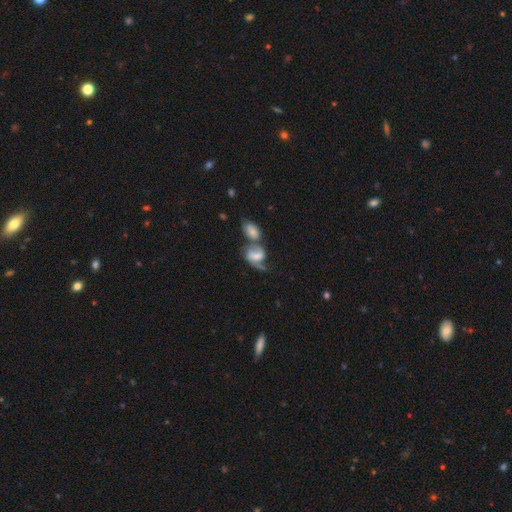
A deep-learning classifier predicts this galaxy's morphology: The model was most divided on "bulge size": moderate: 36%, small: 29%, none: 20%, large: 12%, dominant: 3%. Remaining: edge-on disk — no (96%); spiral arms — yes (85%); spiral arm count — 2 (75%); smooth or featured — featured or disk (62%); merging — merger (53%); spiral winding — loose (50%); bar — weak (44%).